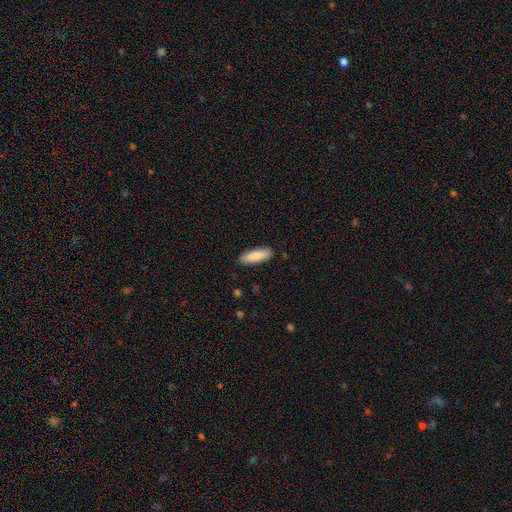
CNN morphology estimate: This appears to be a smooth galaxy with no disk features (83%) that is in between round and cigar-shaped (53%). Merging: none (89%).